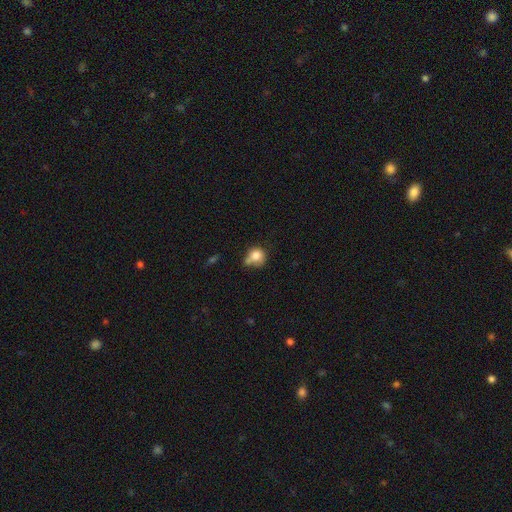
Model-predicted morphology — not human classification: Smooth or featured? smooth (80%)
How rounded? round (79%)
Merging? none (42%)